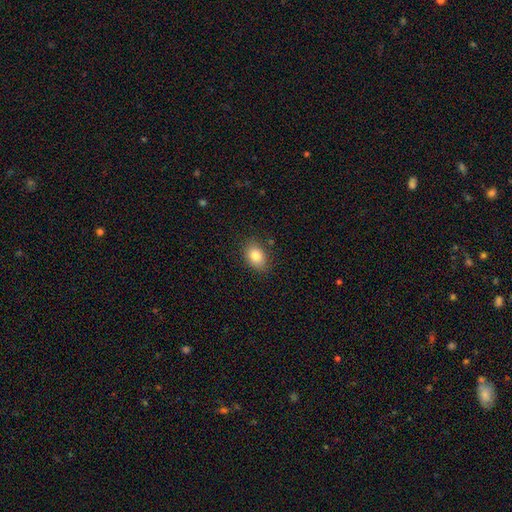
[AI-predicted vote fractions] The model was most divided on "how rounded": in between: 75%, round: 23%, cigar-shaped: 1%. More confident: smooth or featured — smooth (83%); merging — none (83%).